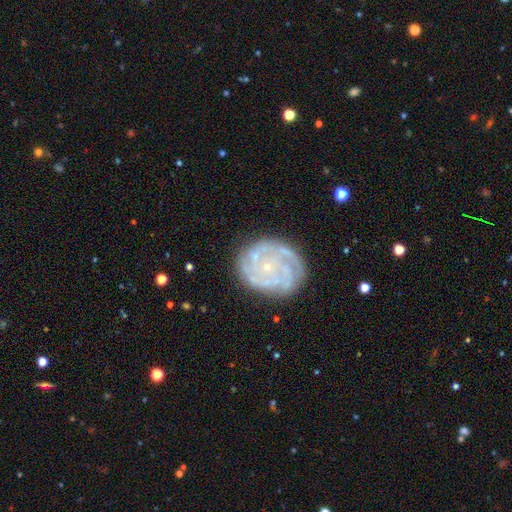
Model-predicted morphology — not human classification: Q: Smooth or featured?
A: featured or disk (84%); runner-up: smooth (10%)
Q: Edge-on disk?
A: no (98%); runner-up: yes (2%)
Q: Bar?
A: no (79%); runner-up: weak (17%)
Q: Spiral arms?
A: yes (94%); runner-up: no (6%)
Q: Spiral winding?
A: tight (69%); runner-up: medium (25%)
Q: Spiral arm count?
A: 3 (27%); runner-up: can't tell (24%)
Q: Bulge size?
A: small (83%); runner-up: moderate (10%)
Q: Merging?
A: none (75%); runner-up: minor disturbance (16%)